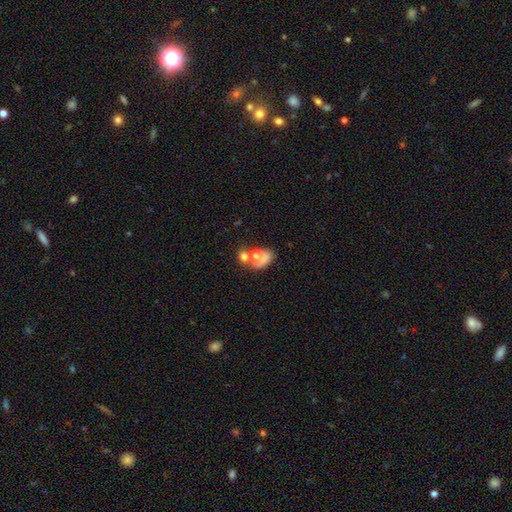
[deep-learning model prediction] Overall: smooth (67%). How rounded: in between (63%; round 36%). Merging: merger (53%; none 25%).